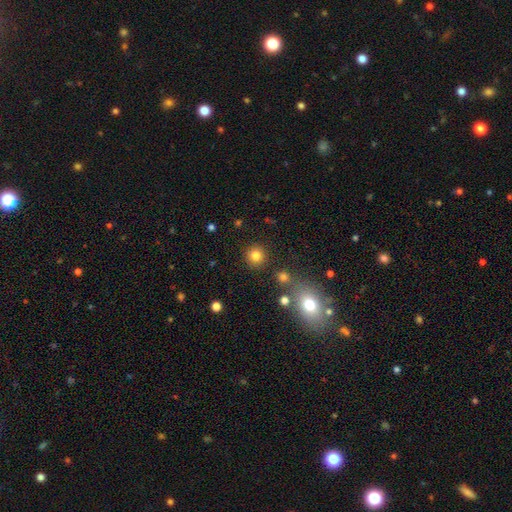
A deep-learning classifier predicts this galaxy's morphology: A smooth galaxy with no disk features (81%) that is round (93%). Merging: none (87%).